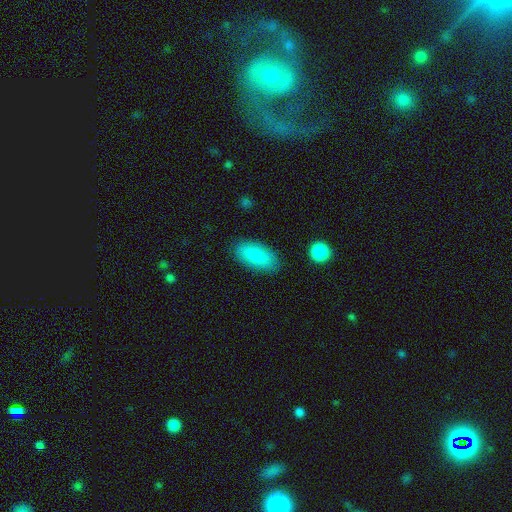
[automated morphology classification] smooth 84%, featured or disk 9%, star or artifact 6%. Down the decision tree: how rounded — in between (90%); merging — none (84%).